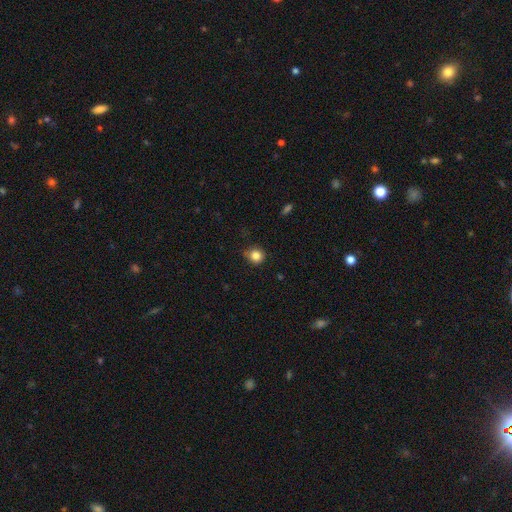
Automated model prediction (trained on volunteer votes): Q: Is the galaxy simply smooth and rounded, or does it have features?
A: smooth — 84%.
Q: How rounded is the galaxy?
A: round — 90%.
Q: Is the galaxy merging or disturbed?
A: none — 78%.